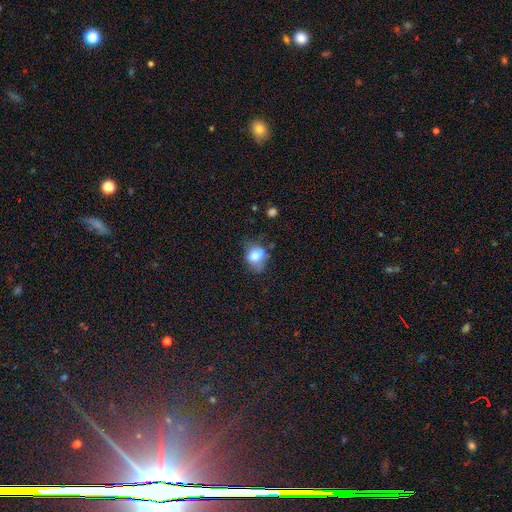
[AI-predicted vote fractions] smooth-or-featured: smooth: 68% | featured or disk: 21% | star or artifact: 11%
  how-rounded: in between: 59% | round: 39% | cigar-shaped: 2%
  merging: none: 44% | minor disturbance: 29% | major disturbance: 16% | merger: 10%